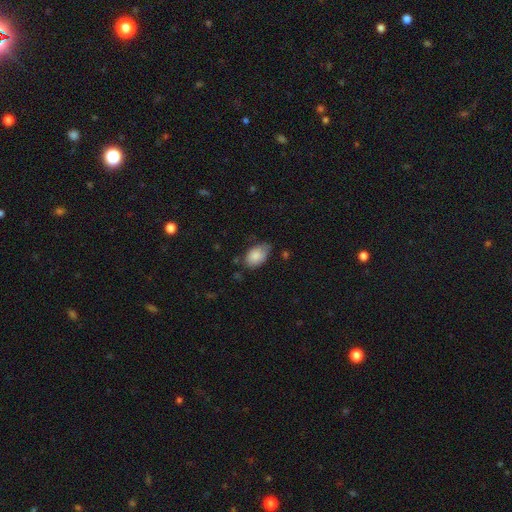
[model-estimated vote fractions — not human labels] Smooth or featured?
  - smooth: 84% *
  - featured or disk: 9%
  - star or artifact: 7%
How rounded?
  - in between: 90% *
  - round: 9%
  - cigar-shaped: 1%
Merging?
  - none: 51% *
  - minor disturbance: 38%
  - major disturbance: 8%
  - merger: 3%